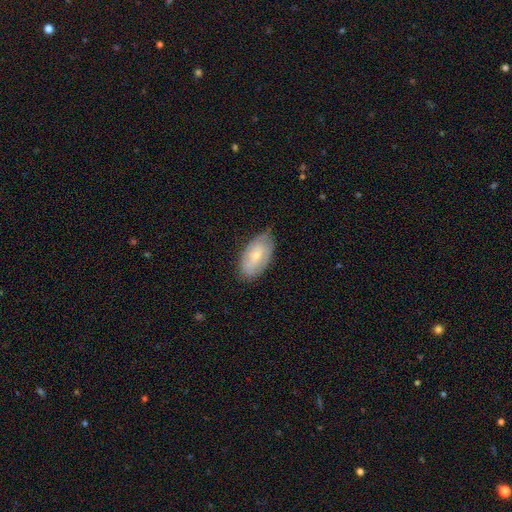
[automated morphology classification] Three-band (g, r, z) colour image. It shows a smooth galaxy with no disk features (54%) that is in between round and cigar-shaped (93%). Merging: none (72%).